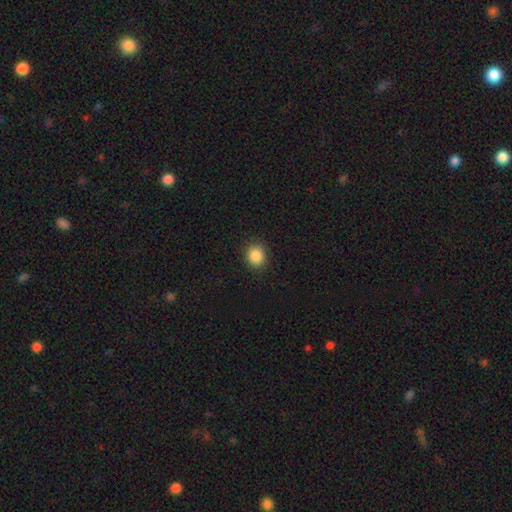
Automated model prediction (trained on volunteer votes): Smooth or featured: smooth — 87% (star or artifact — 10%)
How rounded: round — 75% (in between — 24%)
Merging: none — 90% (minor disturbance — 7%)